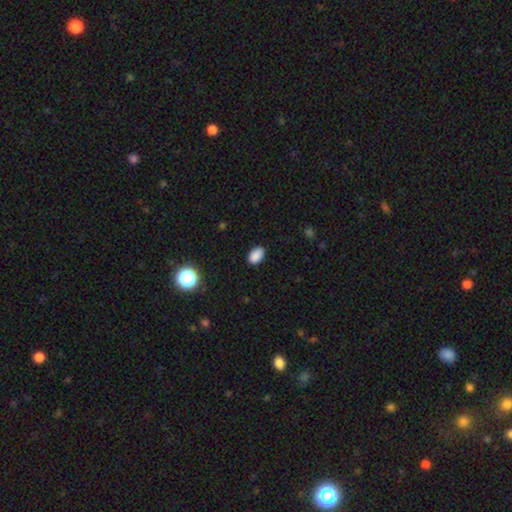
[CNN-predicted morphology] Smooth or featured? smooth (87%)
How rounded? in between (88%)
Merging? none (86%)